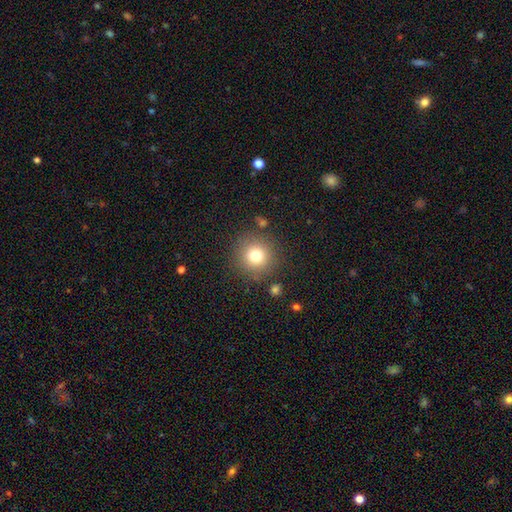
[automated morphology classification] smooth_or_featured: smooth (p=0.78) [alt: star or artifact p=0.13]
how_rounded: round (p=0.95) [alt: in between p=0.04]
merging: none (p=0.86) [alt: minor disturbance p=0.07]